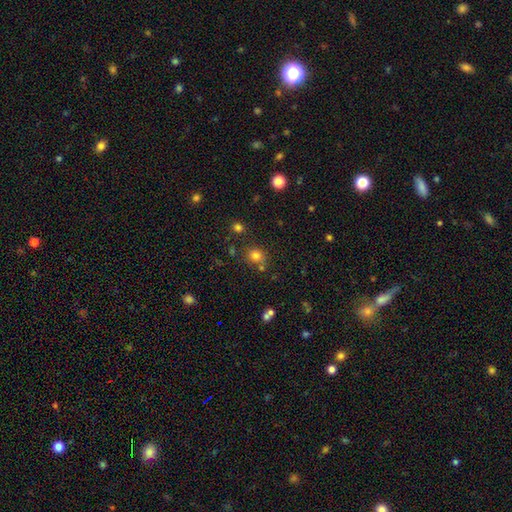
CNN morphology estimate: smooth 77%, star or artifact 16%, featured or disk 7%. Down the decision tree: how rounded — round (76%); merging — none (72%).